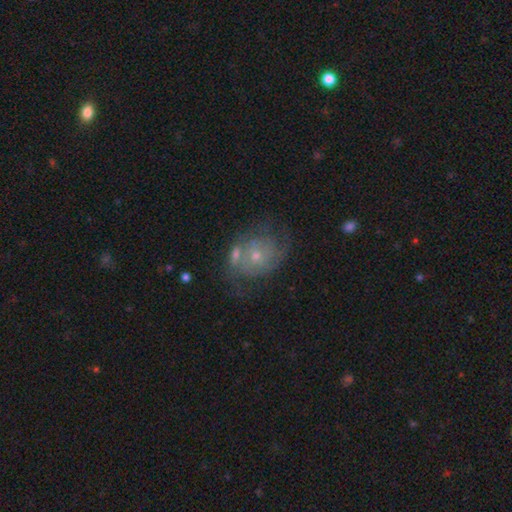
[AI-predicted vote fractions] Smooth or featured?
  - featured or disk: 68% *
  - smooth: 23%
  - star or artifact: 9%
Edge-on disk?
  - no: 97% *
  - yes: 3%
Bar?
  - no: 79% *
  - weak: 18%
  - strong: 3%
Spiral arms?
  - yes: 80% *
  - no: 20%
Spiral winding?
  - tight: 42% *
  - medium: 39%
  - loose: 19%
Spiral arm count?
  - 2: 46% *
  - can't tell: 32%
  - 3: 10%
  - 1: 5%
  - 4: 4%
  - more than 4: 3%
Bulge size?
  - small: 67% *
  - moderate: 28%
  - none: 2%
  - large: 2%
  - dominant: 1%
Merging?
  - none: 46% *
  - minor disturbance: 21%
  - merger: 17%
  - major disturbance: 16%